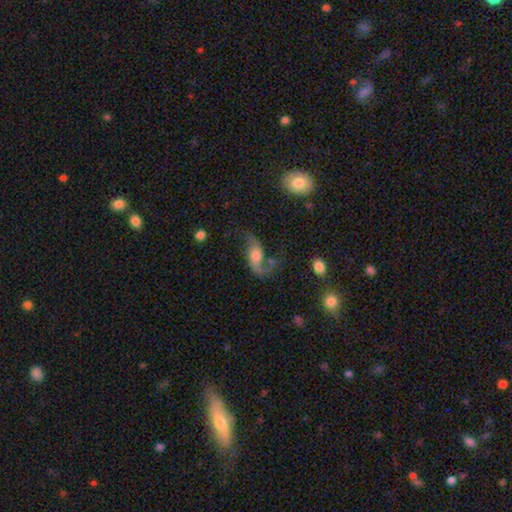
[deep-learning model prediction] Overall: featured or disk (78%). Edge-on disk: no (94%). Bar: no (59%; weak 32%). Spiral arms: yes (92%). Spiral arm count: 2 (81%). Spiral winding: loose (80%). Bulge size: moderate (48%; large 23%). Merging: none (52%; major disturbance 22%).